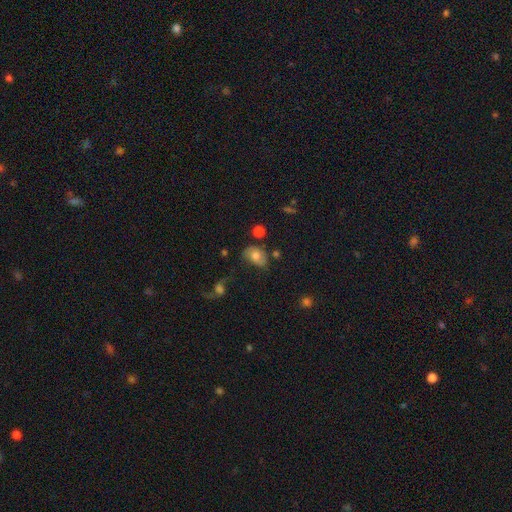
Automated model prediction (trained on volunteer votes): This is likely a smooth galaxy (66%). How rounded: likely in between (75%). Merging: possibly none (50%).